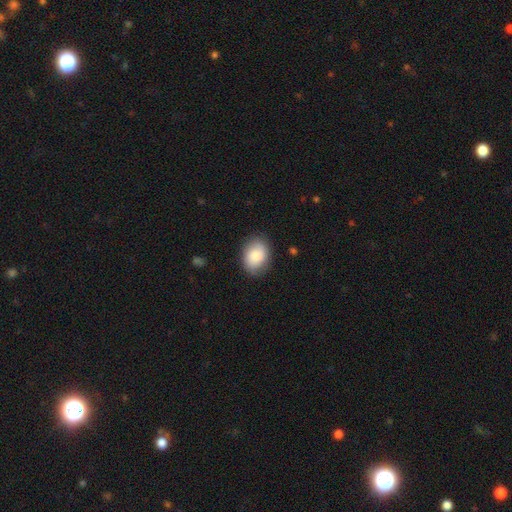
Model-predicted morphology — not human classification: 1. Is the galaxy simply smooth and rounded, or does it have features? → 84% smooth, 9% featured or disk, 6% star or artifact.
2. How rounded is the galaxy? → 72% in between, 27% round, 1% cigar-shaped.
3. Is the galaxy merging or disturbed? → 82% none, 13% minor disturbance, 3% major disturbance, 1% merger.